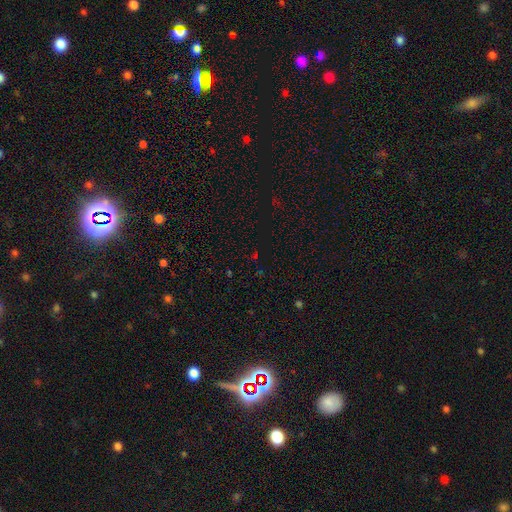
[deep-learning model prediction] This is likely a star or artifact rather than a galaxy (67%).